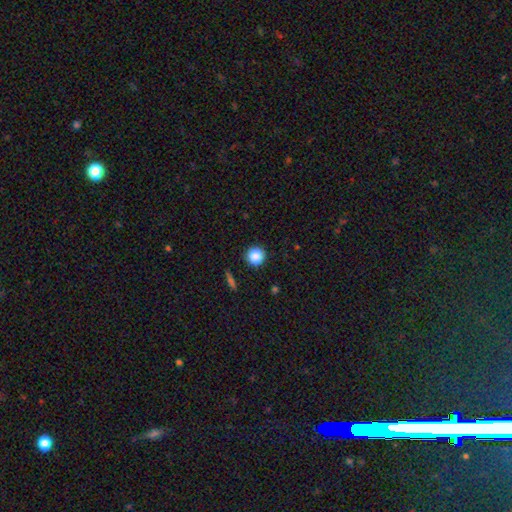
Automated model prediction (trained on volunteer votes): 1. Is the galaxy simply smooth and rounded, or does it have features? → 86% smooth, 10% star or artifact, 4% featured or disk.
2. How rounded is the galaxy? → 95% round, 4% in between, 1% cigar-shaped.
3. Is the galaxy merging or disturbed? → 91% none, 6% minor disturbance, 2% major disturbance, 1% merger.